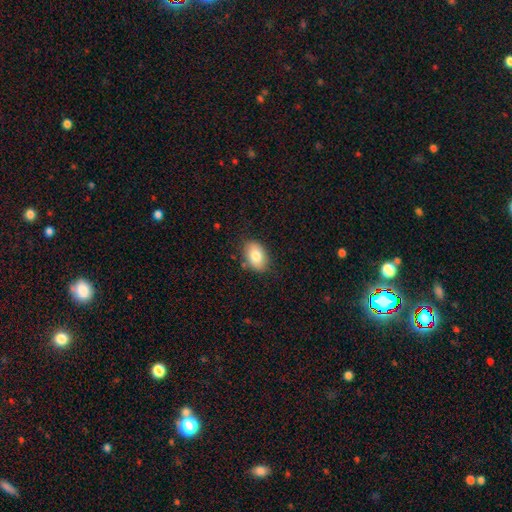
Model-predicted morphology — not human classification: A smooth galaxy with no disk features (82%) that is in between round and cigar-shaped (85%).

Vote fractions:
- Smooth or featured? smooth: 82% / featured or disk: 11% / star or artifact: 7%
- How rounded? in between: 85% / round: 14% / cigar-shaped: 1%
- Merging? none: 81% / minor disturbance: 14% / major disturbance: 3% / merger: 2%